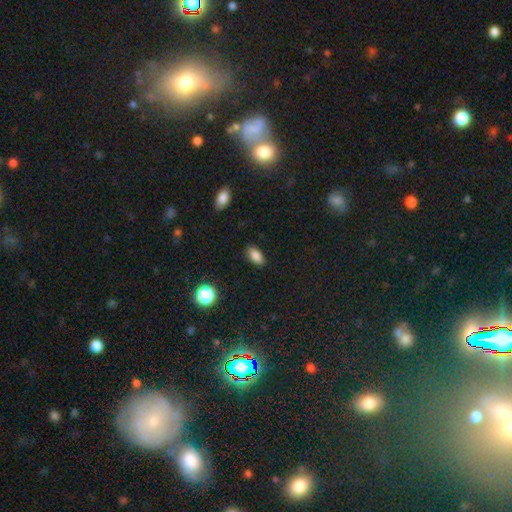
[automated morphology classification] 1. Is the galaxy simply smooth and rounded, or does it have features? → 84% smooth, 10% star or artifact, 6% featured or disk.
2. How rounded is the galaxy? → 90% in between, 6% cigar-shaped, 4% round.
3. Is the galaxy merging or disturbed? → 86% none, 10% minor disturbance, 2% major disturbance, 1% merger.